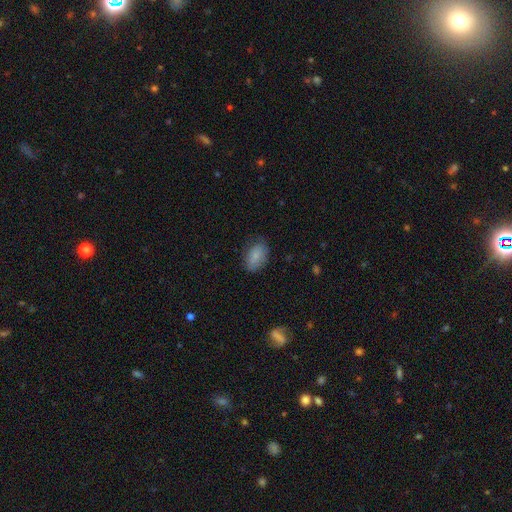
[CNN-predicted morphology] smooth 83%, featured or disk 10%, star or artifact 7%. Down the decision tree: how rounded — in between (89%); merging — none (74%).